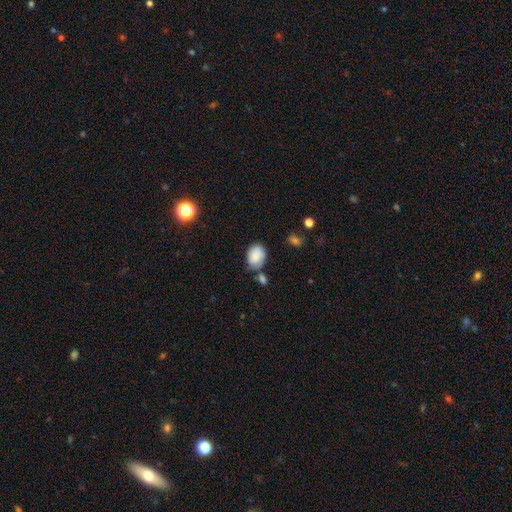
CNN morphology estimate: Overall: smooth (81%). How rounded: in between (65%; round 34%). Merging: none (58%; minor disturbance 25%).